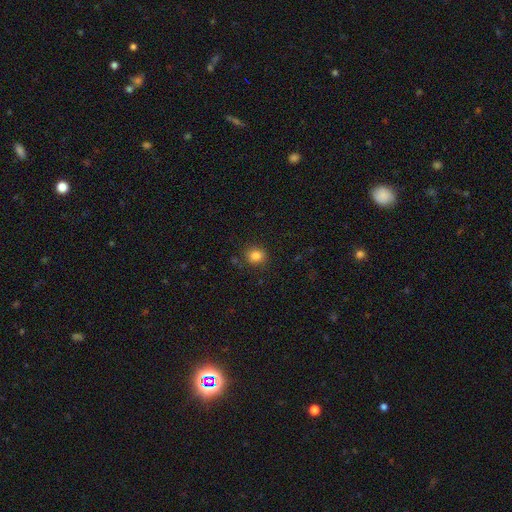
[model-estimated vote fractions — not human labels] A smooth galaxy with no disk features (84%) that is round (76%).

Vote fractions:
- Smooth or featured? smooth: 84% / star or artifact: 11% / featured or disk: 5%
- How rounded? round: 76% / in between: 23% / cigar-shaped: 1%
- Merging? none: 85% / minor disturbance: 10% / major disturbance: 3% / merger: 2%